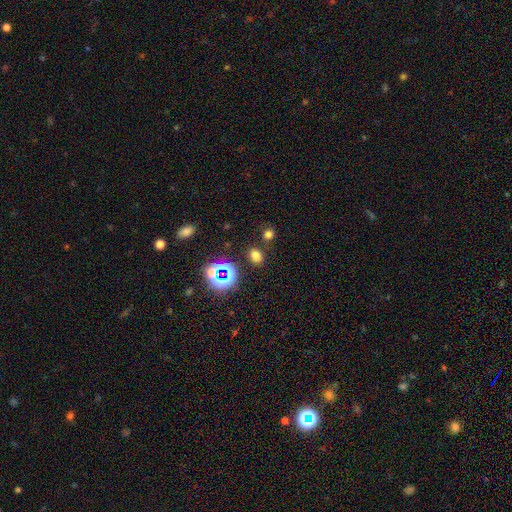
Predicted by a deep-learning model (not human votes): A smooth galaxy with no disk features (69%) that is in between round and cigar-shaped (52%). Merging: none (81%).